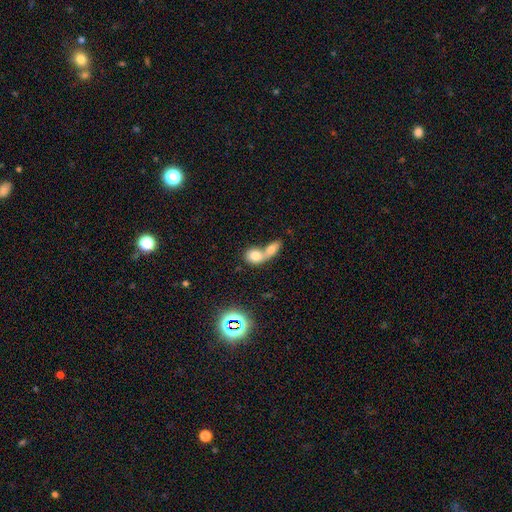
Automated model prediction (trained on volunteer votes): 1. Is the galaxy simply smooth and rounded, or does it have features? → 74% smooth, 16% featured or disk, 10% star or artifact.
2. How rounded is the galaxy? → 51% in between, 45% round, 4% cigar-shaped.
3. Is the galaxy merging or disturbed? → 74% merger, 17% none, 5% minor disturbance, 4% major disturbance.